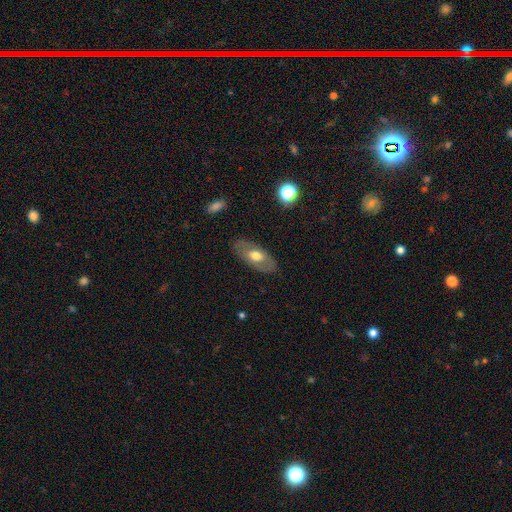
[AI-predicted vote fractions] smooth-or-featured: smooth: 49% | featured or disk: 44% | star or artifact: 6%
  merging: none: 83% | minor disturbance: 12% | major disturbance: 4% | merger: 1%